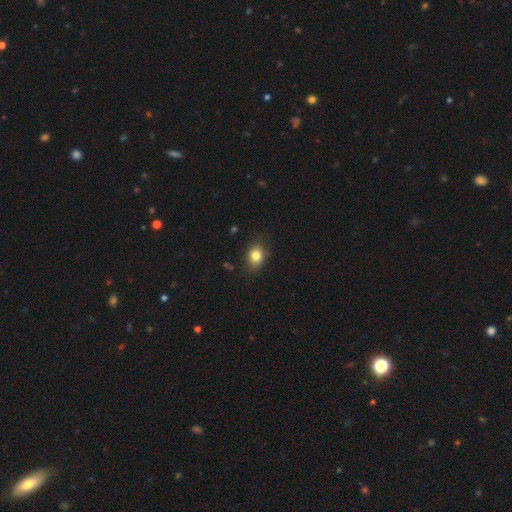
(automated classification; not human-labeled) smooth-or-featured: smooth: 83% | star or artifact: 10% | featured or disk: 7%
  how-rounded: in between: 58% | round: 41% | cigar-shaped: 1%
  merging: none: 83% | minor disturbance: 13% | major disturbance: 3% | merger: 1%